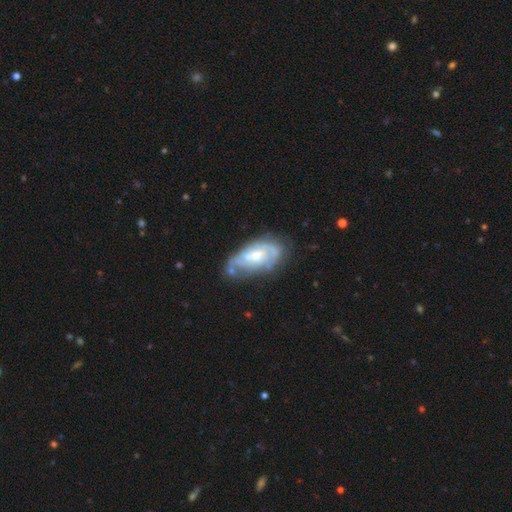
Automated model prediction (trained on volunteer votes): Smooth or featured? Predicted: featured or disk (p=0.73). Edge-on disk? Predicted: no (p=0.93). Bar? Predicted: no (p=0.61). Spiral arms? Predicted: yes (p=0.77). Spiral winding? Predicted: tight (p=0.51). Spiral arm count? Predicted: can't tell (p=0.44). Bulge size? Predicted: moderate (p=0.55). Merging? Predicted: none (p=0.54).